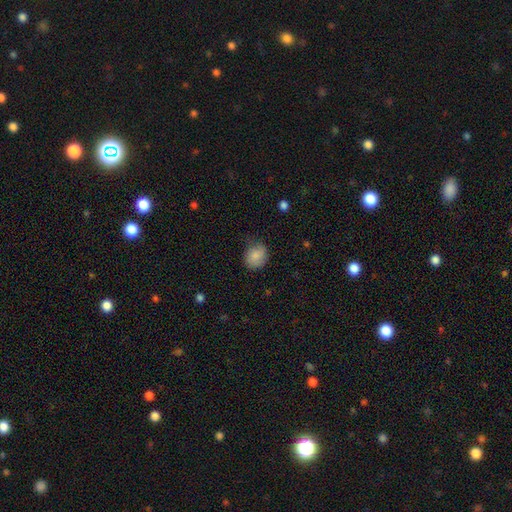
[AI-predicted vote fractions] Overall: smooth (83%). How rounded: round (64%; in between 35%). Merging: none (65%; minor disturbance 27%).